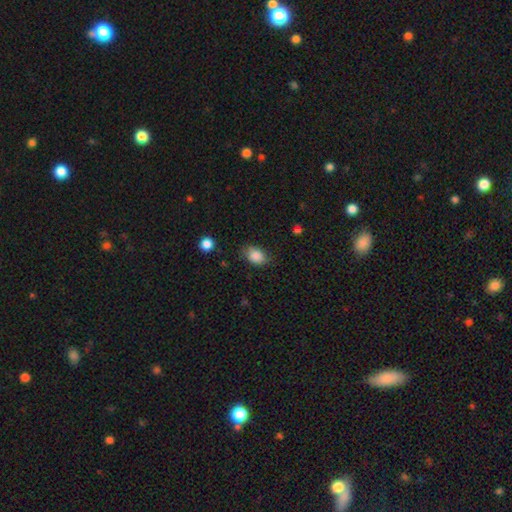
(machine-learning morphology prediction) smooth 87%, star or artifact 9%, featured or disk 5%. Down the decision tree: how rounded — in between (74%); merging — none (74%).